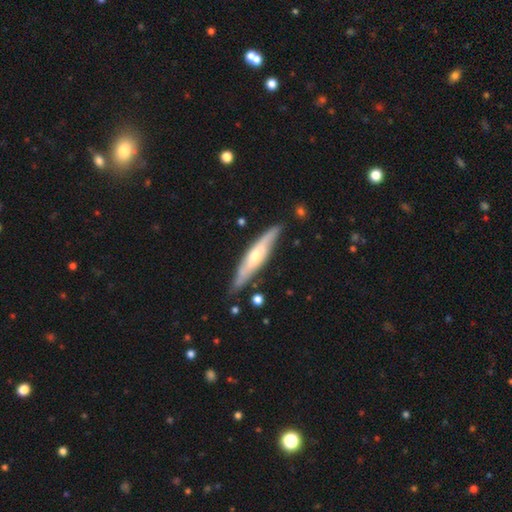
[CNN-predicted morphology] Smooth or featured: featured or disk — 62% (smooth — 33%)
Edge-on disk: yes — 84% (no — 16%)
Edge-on bulge: rounded — 79% (none — 14%)
Merging: none — 81% (minor disturbance — 14%)